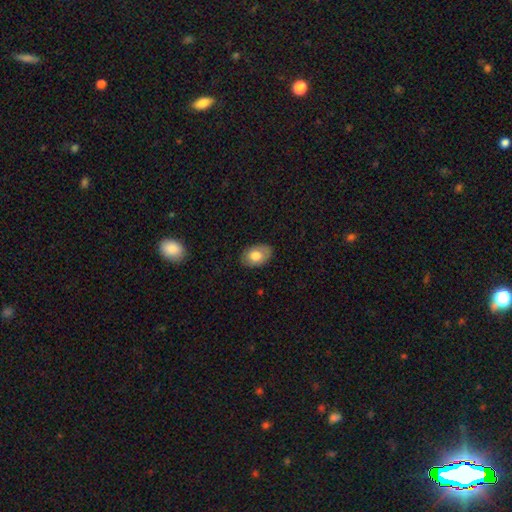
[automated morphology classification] This appears to be a smooth galaxy with no disk features (75%) that is in between round and cigar-shaped (84%). Merging: none (84%).